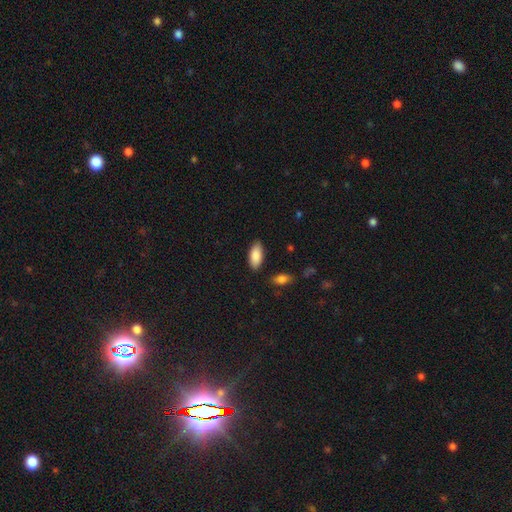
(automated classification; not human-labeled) Smooth or featured? Predicted: smooth (p=0.88). How rounded? Predicted: in between (p=0.89). Merging? Predicted: none (p=0.85).